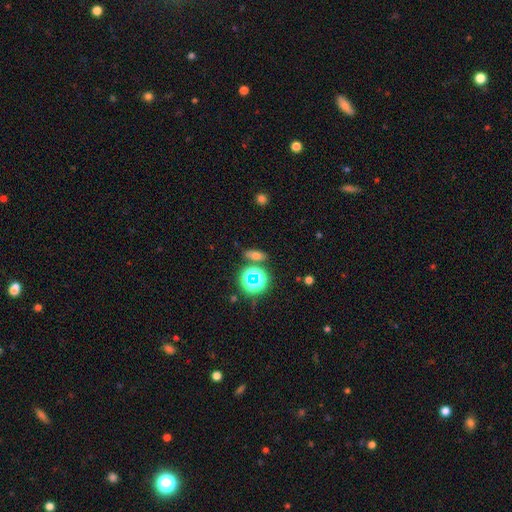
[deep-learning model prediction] A smooth galaxy with no disk features (55%) that is in between round and cigar-shaped (63%). Merging: none (80%).